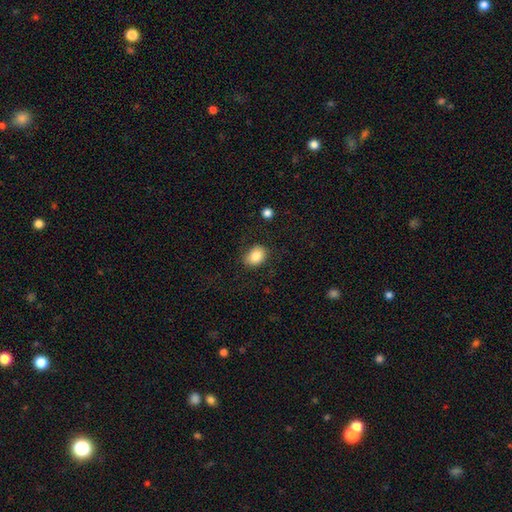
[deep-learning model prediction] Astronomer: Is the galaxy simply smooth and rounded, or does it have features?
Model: smooth — 84%.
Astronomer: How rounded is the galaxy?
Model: in between — 63%.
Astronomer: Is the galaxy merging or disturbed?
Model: none — 79%.